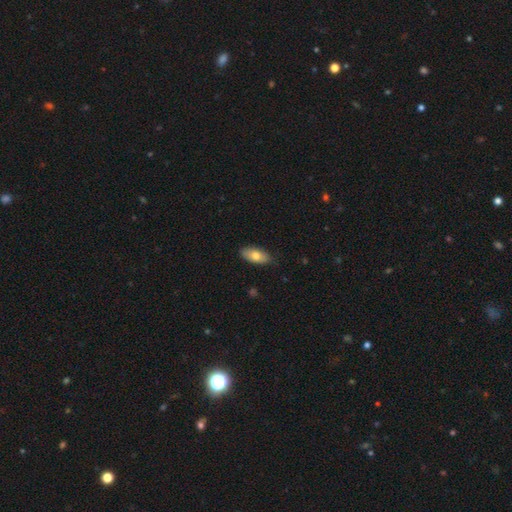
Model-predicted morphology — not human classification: Q: Smooth or featured?
A: smooth (73%); runner-up: featured or disk (21%)
Q: How rounded?
A: in between (88%); runner-up: cigar-shaped (9%)
Q: Merging?
A: none (86%); runner-up: minor disturbance (11%)